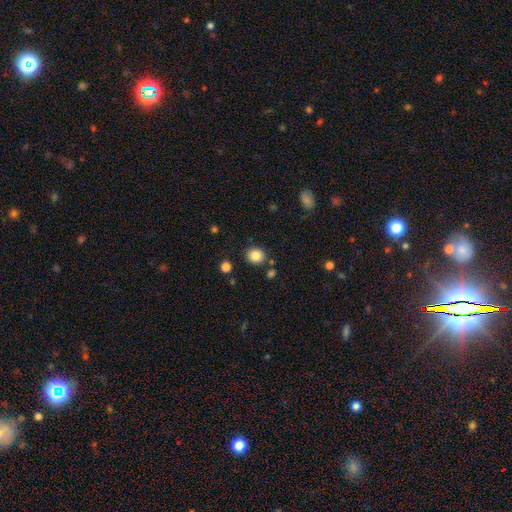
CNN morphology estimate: Q: Smooth or featured?
A: smooth (85%); runner-up: star or artifact (10%)
Q: How rounded?
A: round (84%); runner-up: in between (15%)
Q: Merging?
A: none (86%); runner-up: minor disturbance (8%)